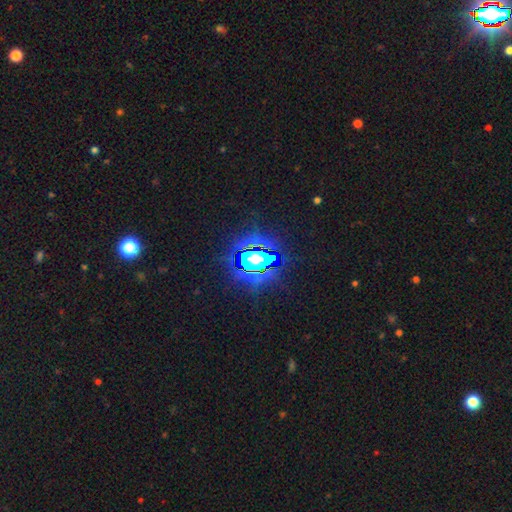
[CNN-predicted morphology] The model was most divided on "smooth or featured": star or artifact: 83%, smooth: 10%, featured or disk: 7%.